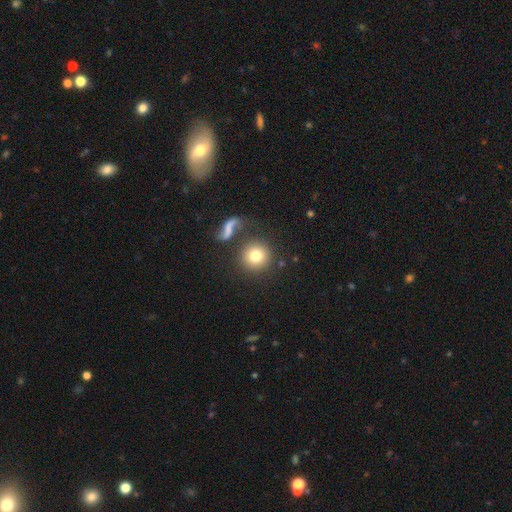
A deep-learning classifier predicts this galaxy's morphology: This is likely a smooth galaxy (78%). How rounded: clearly round (93%). Merging: likely none (78%).